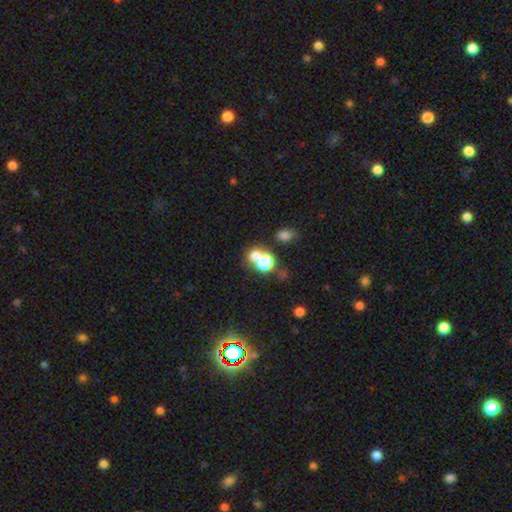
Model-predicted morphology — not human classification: Smooth or featured: smooth — 58% (star or artifact — 33%)
How rounded: round — 71% (in between — 28%)
Merging: none — 55% (merger — 32%)